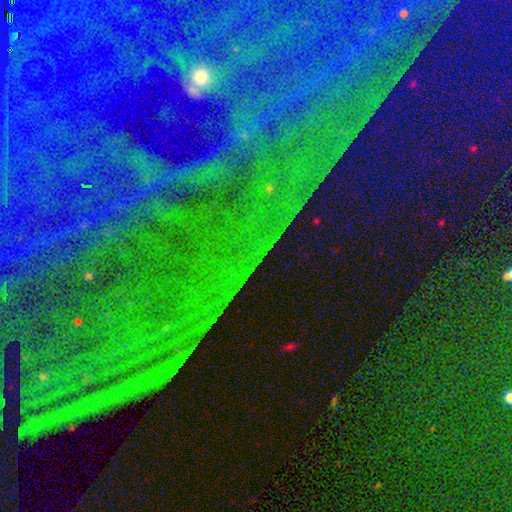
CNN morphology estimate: A star or artifact, not a galaxy (82%).

Vote fractions:
- Smooth or featured? star or artifact: 82% / featured or disk: 10% / smooth: 8%